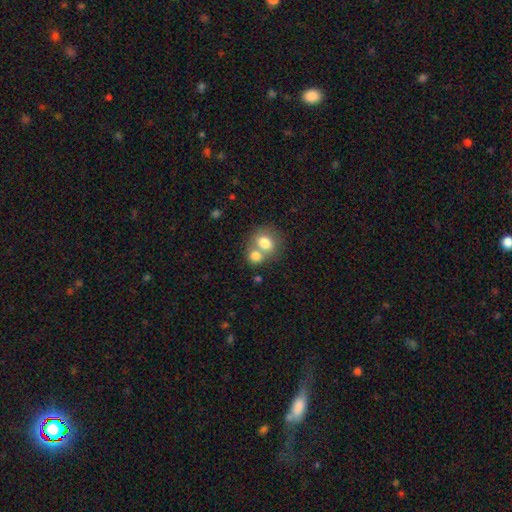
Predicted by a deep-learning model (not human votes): Q: Smooth or featured?
A: smooth (77%); runner-up: featured or disk (14%)
Q: How rounded?
A: round (60%); runner-up: in between (39%)
Q: Merging?
A: merger (55%); runner-up: none (34%)